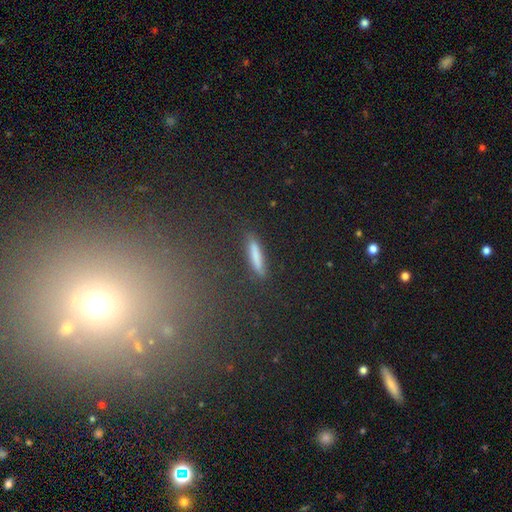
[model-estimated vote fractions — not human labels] Q: Smooth or featured?
A: smooth (74%); runner-up: featured or disk (15%)
Q: How rounded?
A: cigar-shaped (87%); runner-up: in between (11%)
Q: Merging?
A: none (84%); runner-up: minor disturbance (11%)